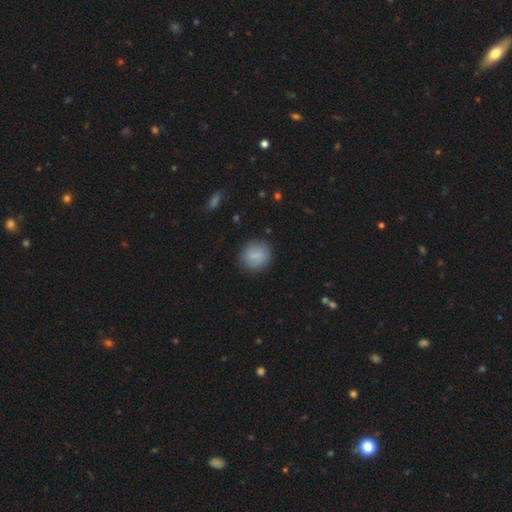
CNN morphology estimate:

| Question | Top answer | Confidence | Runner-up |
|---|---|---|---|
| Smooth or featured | smooth | 78% | featured or disk (14%) |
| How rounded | round | 80% | in between (18%) |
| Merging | none | 84% | minor disturbance (11%) |